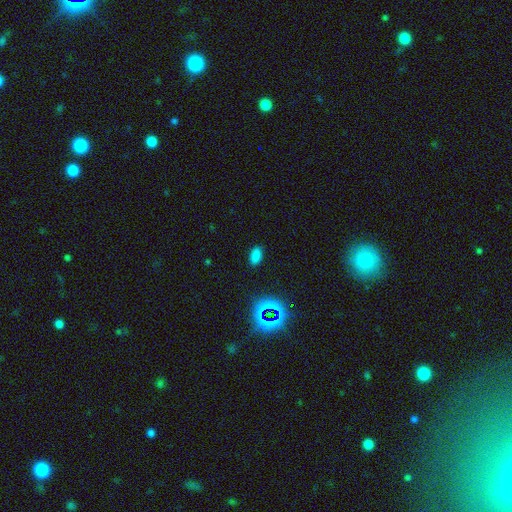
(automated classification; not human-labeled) Morphology: type=smooth (75%); roundness=in between (90%); merging=none (87%).